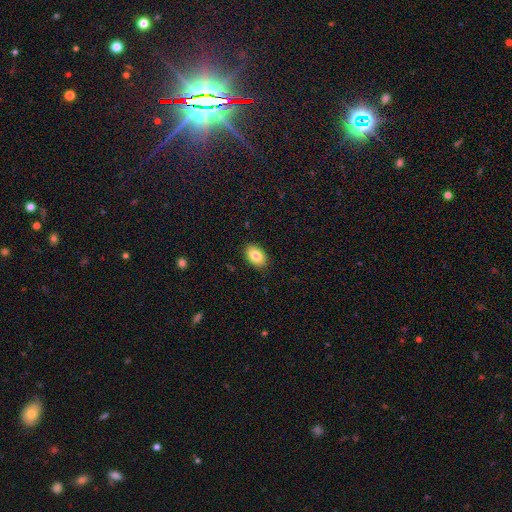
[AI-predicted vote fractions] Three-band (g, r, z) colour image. It shows a smooth galaxy with no disk features (83%) that is in between round and cigar-shaped (89%). Merging: none (89%).